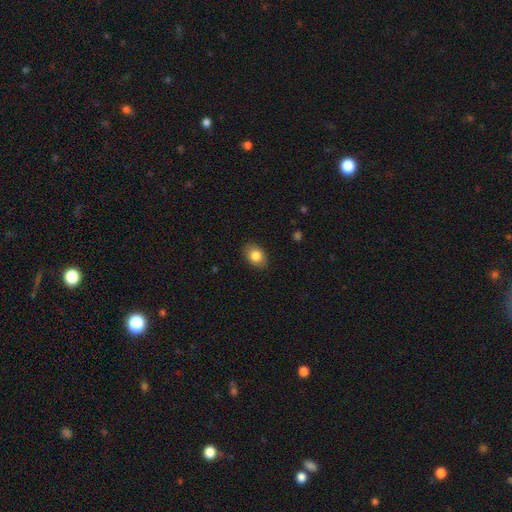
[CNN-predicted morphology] Smooth or featured?
  - smooth: 83% *
  - featured or disk: 9%
  - star or artifact: 8%
How rounded?
  - in between: 71% *
  - round: 28%
  - cigar-shaped: 1%
Merging?
  - none: 86% *
  - minor disturbance: 10%
  - major disturbance: 2%
  - merger: 1%